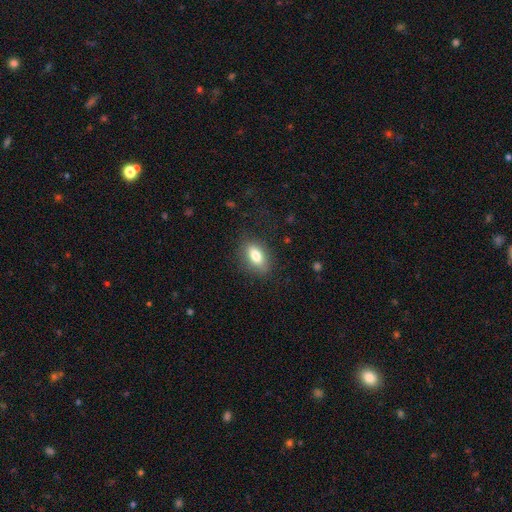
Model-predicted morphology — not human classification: A smooth galaxy with no disk features (79%) that is in between round and cigar-shaped (85%). Merging: none (81%).